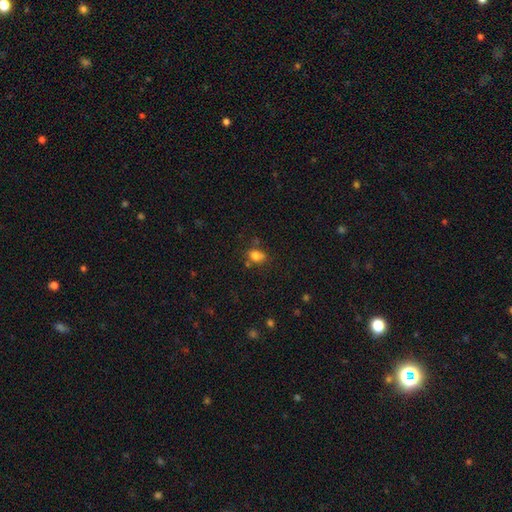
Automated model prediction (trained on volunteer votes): A smooth galaxy with no disk features (76%) that is in between round and cigar-shaped (49%, tied with round). Merging: none (57%).